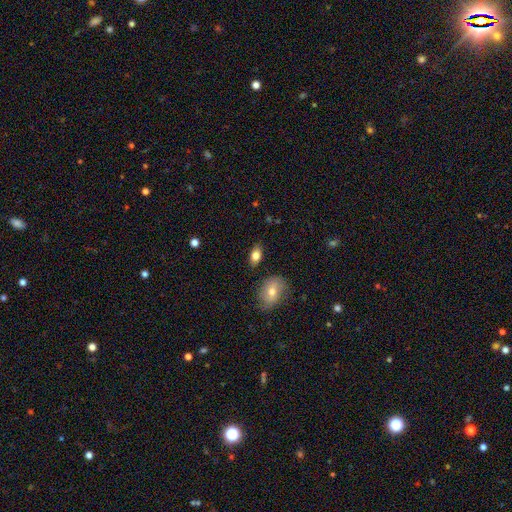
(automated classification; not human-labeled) Smooth or featured: smooth — 80% (featured or disk — 11%)
How rounded: in between — 87% (round — 10%)
Merging: none — 84% (minor disturbance — 11%)